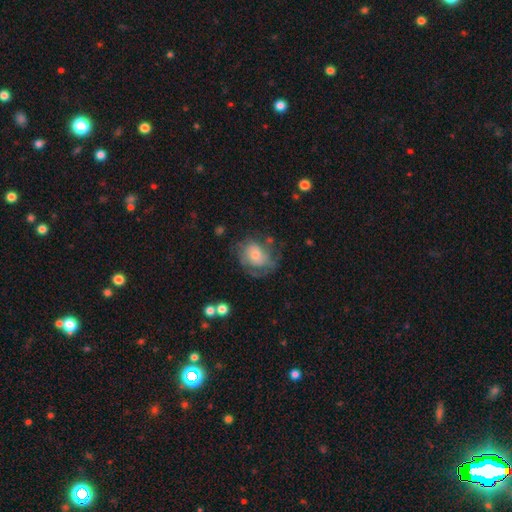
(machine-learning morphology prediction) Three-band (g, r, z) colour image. It shows a featured or disk galaxy (53%) with no bar (79%), spiral arms (68%) and a moderate central bulge (44%). Merging: none (51%).